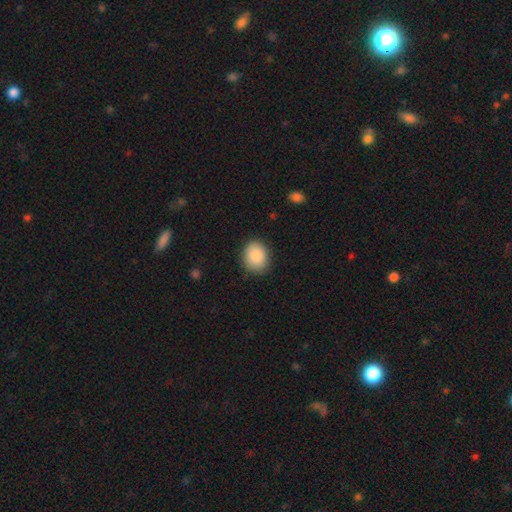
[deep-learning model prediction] Q: Smooth or featured?
A: smooth (89%); runner-up: star or artifact (7%)
Q: How rounded?
A: round (51%); runner-up: in between (48%)
Q: Merging?
A: none (86%); runner-up: minor disturbance (10%)